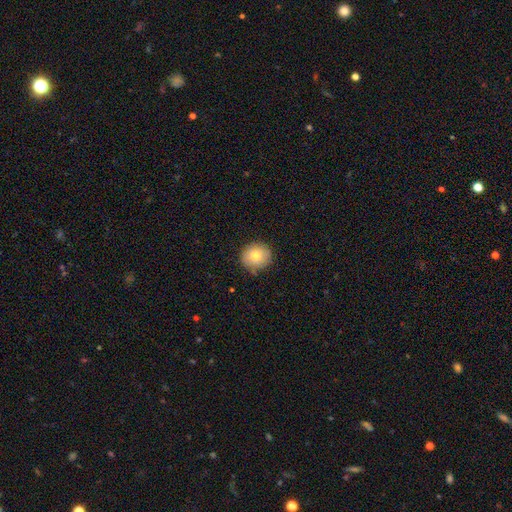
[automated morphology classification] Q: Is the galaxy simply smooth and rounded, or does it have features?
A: smooth — 79%.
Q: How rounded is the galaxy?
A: round — 86%.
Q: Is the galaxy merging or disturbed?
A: none — 82%.